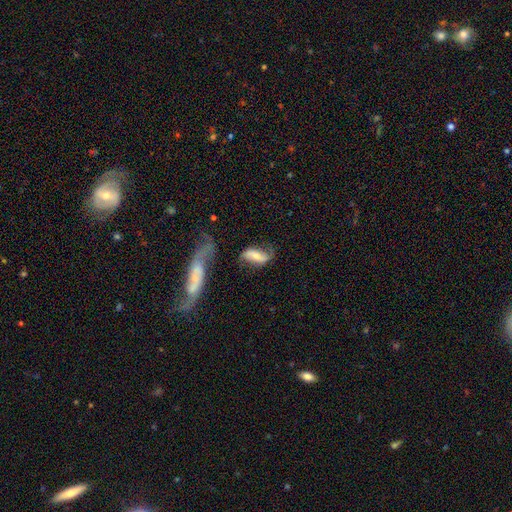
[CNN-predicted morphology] smooth-or-featured: featured or disk: 61% | smooth: 31% | star or artifact: 7%
  disk-edge-on: no: 91% | yes: 9%
    bar: strong: 42% | weak: 33% | no: 25%
    has-spiral-arms: yes: 88% | no: 12%
    bulge-size: small: 42% | moderate: 32% | none: 17% | large: 7% | dominant: 2%
  merging: none: 52% | minor disturbance: 22% | major disturbance: 17% | merger: 10%